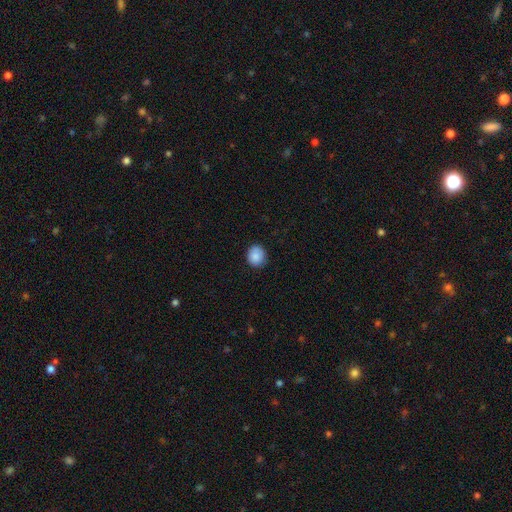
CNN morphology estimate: This is clearly a smooth galaxy (87%). How rounded: clearly round (82%). Merging: clearly none (83%).